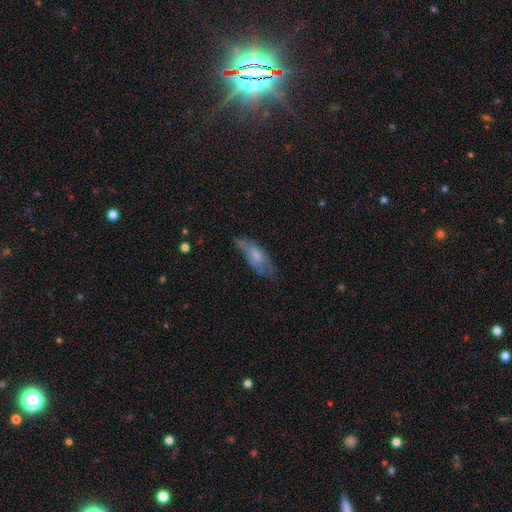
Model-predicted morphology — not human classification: This appears to be a smooth galaxy with no disk features (54%) that is in between round and cigar-shaped (66%). Merging: none (54%).